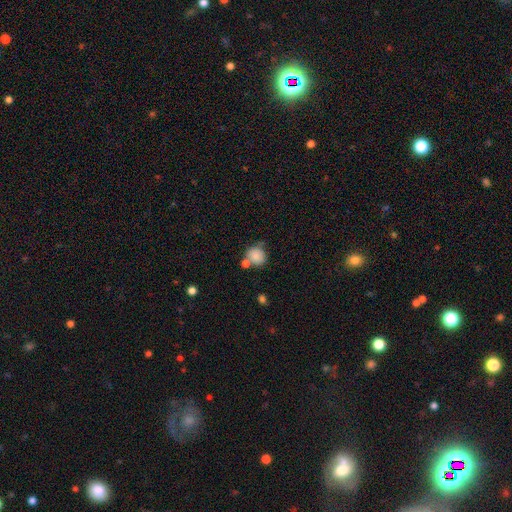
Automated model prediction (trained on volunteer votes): A smooth galaxy with no disk features (84%) that is round (81%). Merging: none (54%).